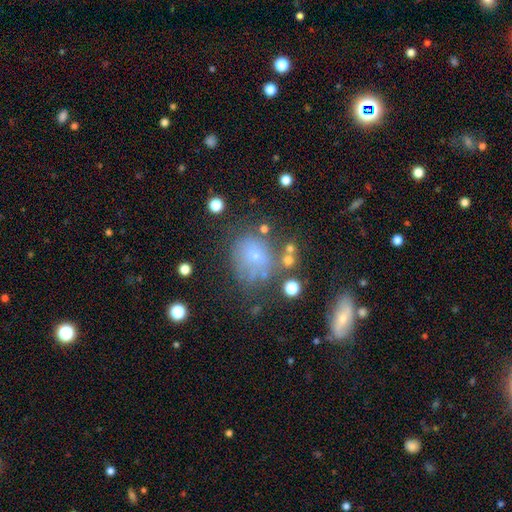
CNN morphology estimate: type=smooth (59%); roundness=round (80%); merging=none (58%).